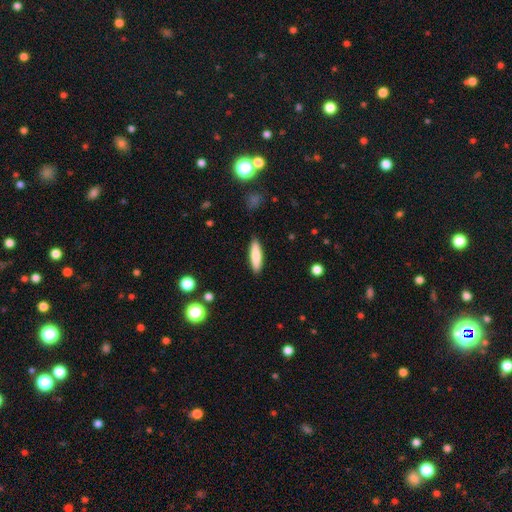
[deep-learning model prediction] smooth 77%, featured or disk 17%, star or artifact 6%. Down the decision tree: how rounded — cigar-shaped (68%); merging — none (88%).